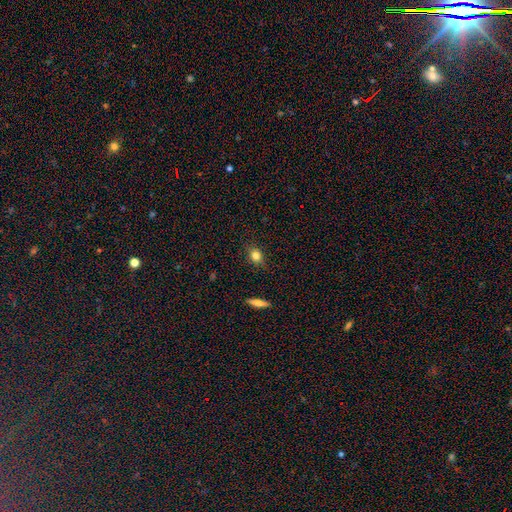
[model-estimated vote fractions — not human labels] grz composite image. It shows a smooth galaxy with no disk features (81%) that is in between round and cigar-shaped (53%). Merging: none (85%).